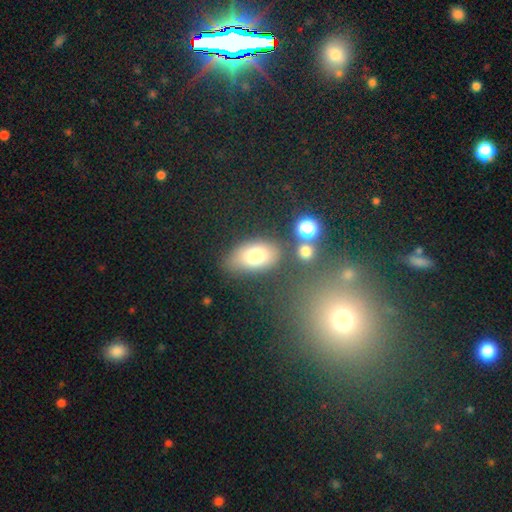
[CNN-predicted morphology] Smooth or featured?
  - smooth: 76% *
  - featured or disk: 13%
  - star or artifact: 11%
How rounded?
  - in between: 85% *
  - round: 13%
  - cigar-shaped: 2%
Merging?
  - none: 73% *
  - minor disturbance: 15%
  - merger: 7%
  - major disturbance: 6%